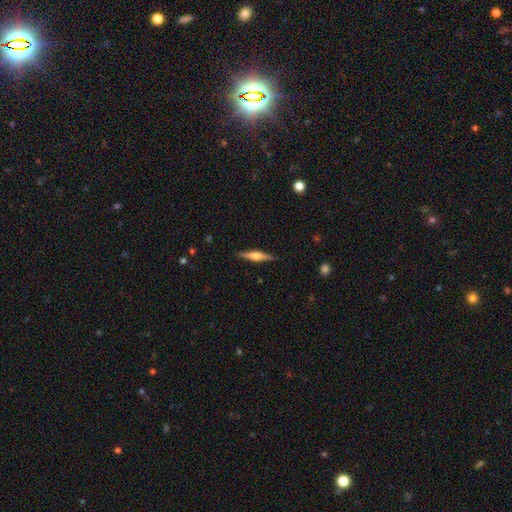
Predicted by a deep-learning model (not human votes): featured or disk 61%, smooth 33%, star or artifact 6%. Down the decision tree: edge-on disk — yes (97%); edge-on bulge — rounded (78%); merging — none (88%).